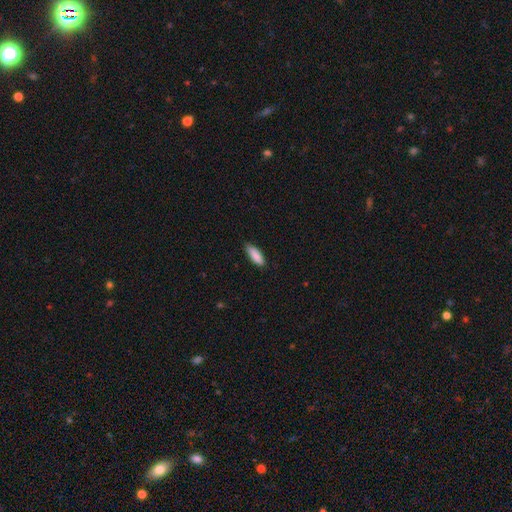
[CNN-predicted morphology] The model was most divided on "how rounded": in between: 62%, cigar-shaped: 36%, round: 2%. More confident: smooth or featured — smooth (89%); merging — none (83%).